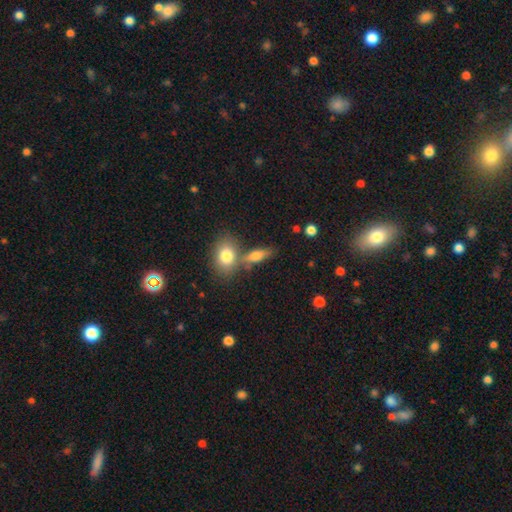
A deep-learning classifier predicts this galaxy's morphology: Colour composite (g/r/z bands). It shows a smooth galaxy with no disk features (70%) that is in between round and cigar-shaped (64%). Merging: none (54%).